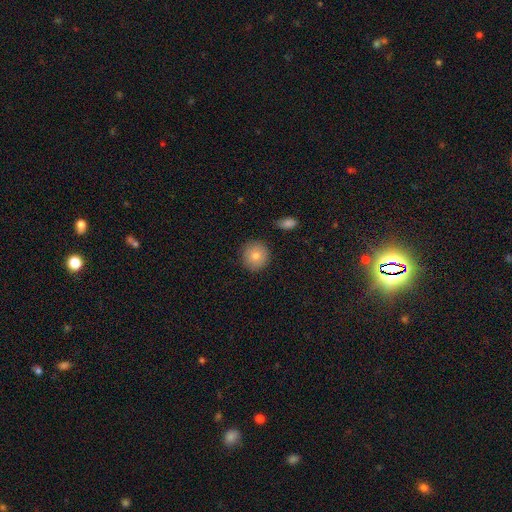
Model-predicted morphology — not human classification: Smooth or featured? Predicted: smooth (p=0.77). How rounded? Predicted: round (p=0.93). Merging? Predicted: none (p=0.88).